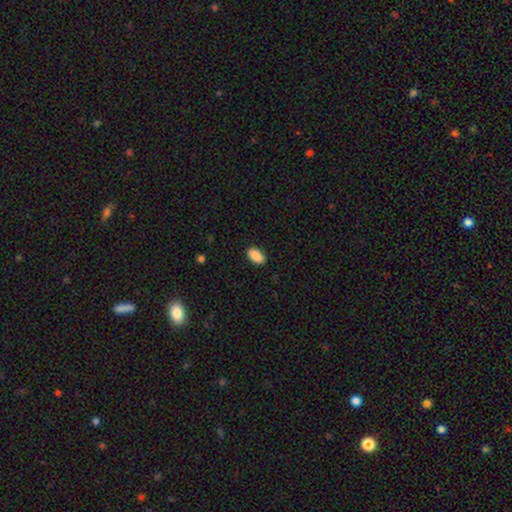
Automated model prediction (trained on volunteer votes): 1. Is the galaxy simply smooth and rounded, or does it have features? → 90% smooth, 7% star or artifact, 3% featured or disk.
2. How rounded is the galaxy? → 94% in between, 3% round, 3% cigar-shaped.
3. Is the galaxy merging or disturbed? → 89% none, 8% minor disturbance, 2% major disturbance, 1% merger.